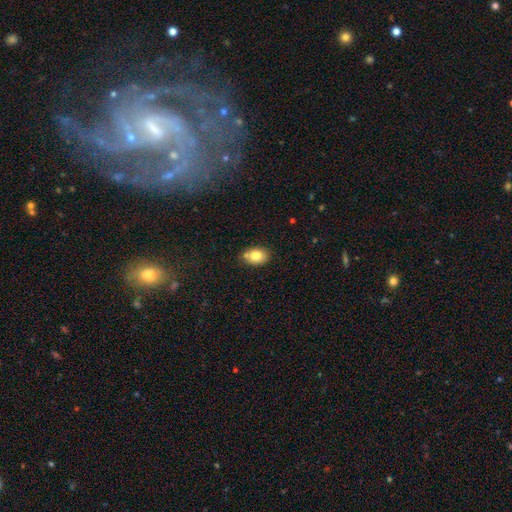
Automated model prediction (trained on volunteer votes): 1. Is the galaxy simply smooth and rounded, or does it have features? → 80% smooth, 11% featured or disk, 9% star or artifact.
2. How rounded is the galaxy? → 75% in between, 23% round, 1% cigar-shaped.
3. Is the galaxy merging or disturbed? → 73% none, 16% minor disturbance, 8% merger, 3% major disturbance.